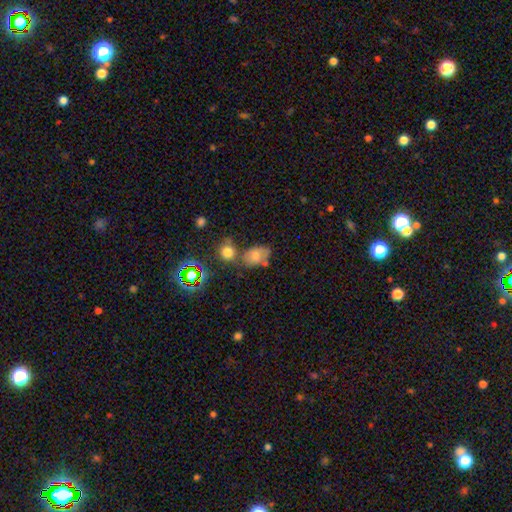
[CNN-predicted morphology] Smooth or featured: smooth — 60% (featured or disk — 22%)
How rounded: in between — 75% (round — 24%)
Merging: none — 41% (merger — 27%)